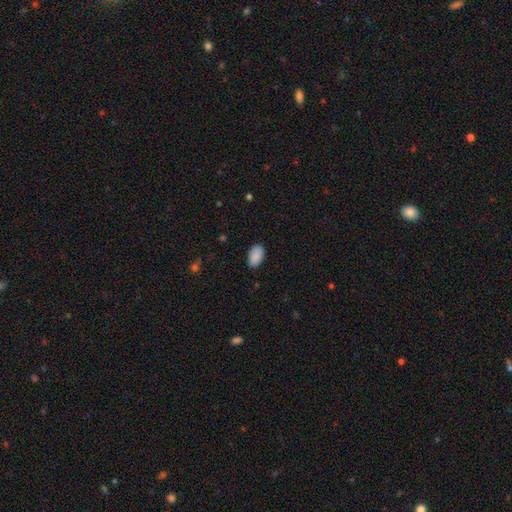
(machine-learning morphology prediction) This appears to be a smooth galaxy with no disk features (90%) that is in between round and cigar-shaped (93%). Merging: none (85%).